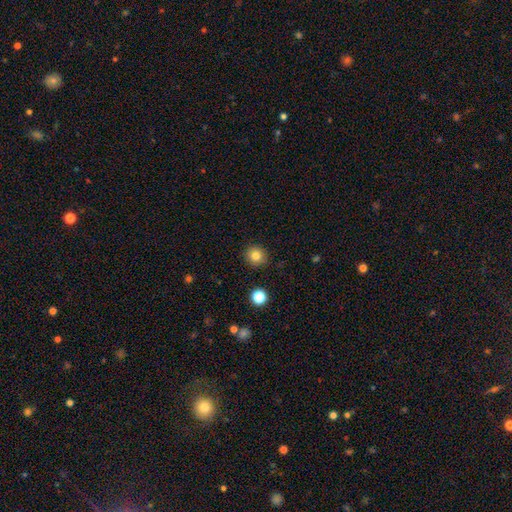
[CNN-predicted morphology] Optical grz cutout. It shows a smooth galaxy with no disk features (81%) that is round (90%). Merging: none (90%).